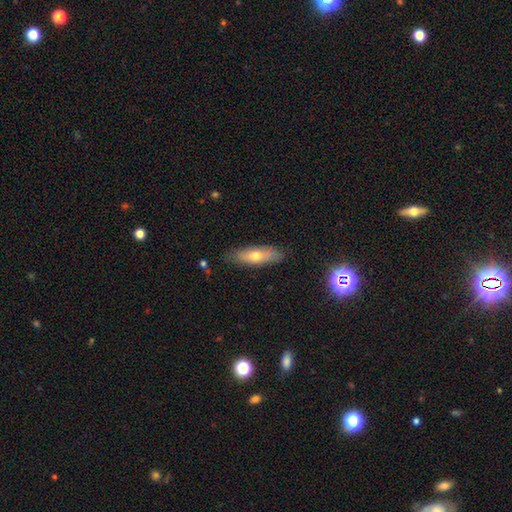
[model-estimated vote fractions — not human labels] This is possibly a smooth galaxy (58%). How rounded: possibly cigar-shaped (53%). Merging: clearly none (83%).